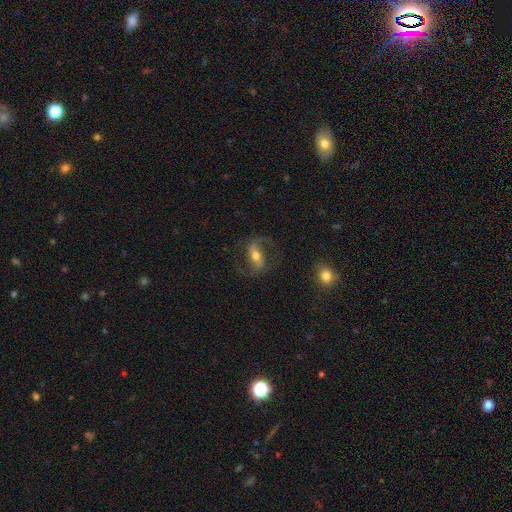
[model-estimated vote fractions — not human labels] This is clearly a featured or disk galaxy (82%). It is clearly not viewed edge-on (95%). Bar: possibly strong (47%). Spiral arm pattern: clearly yes (93%). Spiral arm count: clearly 2 (91%). Spiral winding: possibly medium (50%). Central bulge: likely moderate (67%). Merging: likely none (74%).